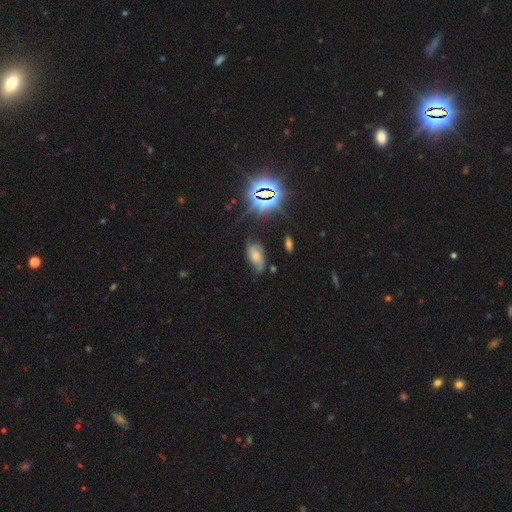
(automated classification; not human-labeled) Smooth or featured: featured or disk — 46% (smooth — 31%)
Merging: none — 52% (minor disturbance — 30%)